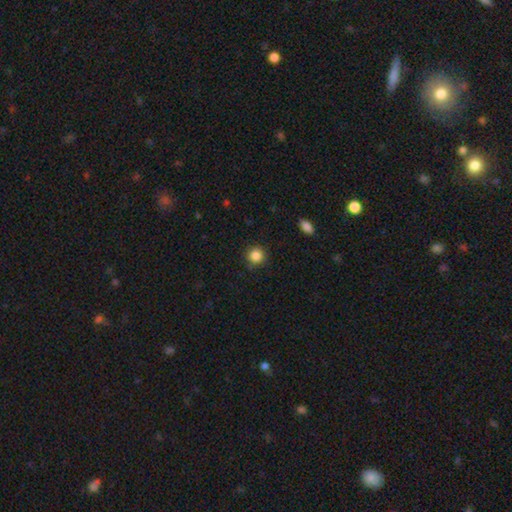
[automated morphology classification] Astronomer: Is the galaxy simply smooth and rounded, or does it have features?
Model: smooth — 85%.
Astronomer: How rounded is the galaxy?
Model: round — 93%.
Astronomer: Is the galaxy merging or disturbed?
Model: none — 89%.